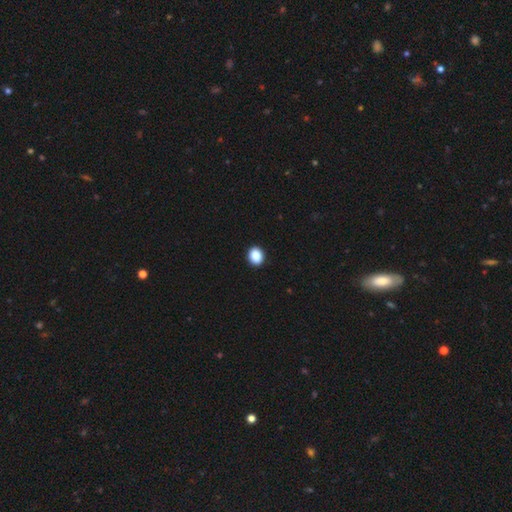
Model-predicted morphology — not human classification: This appears to be a smooth galaxy with no disk features (89%) that is round (63%). Merging: none (93%).